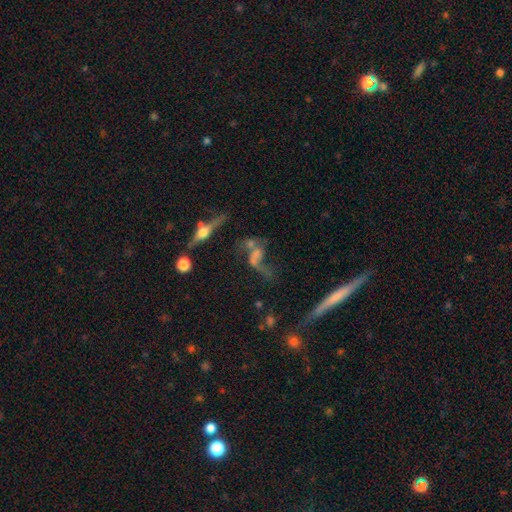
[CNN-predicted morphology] Q: Smooth or featured?
A: featured or disk (62%); runner-up: smooth (22%)
Q: Edge-on disk?
A: no (76%); runner-up: yes (24%)
Q: Merging?
A: none (36%); runner-up: merger (25%)